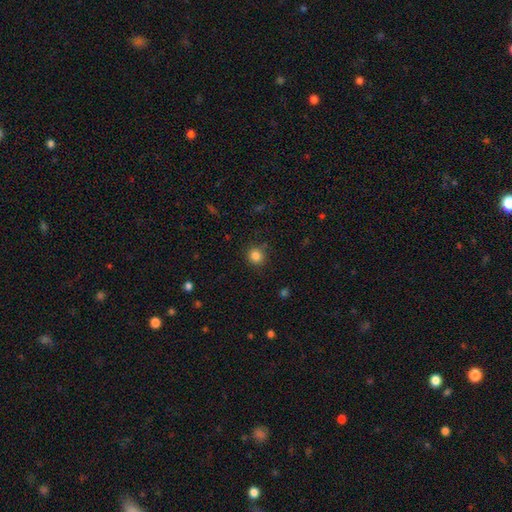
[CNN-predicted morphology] This is clearly a smooth galaxy (84%). How rounded: clearly round (90%). Merging: clearly none (85%).